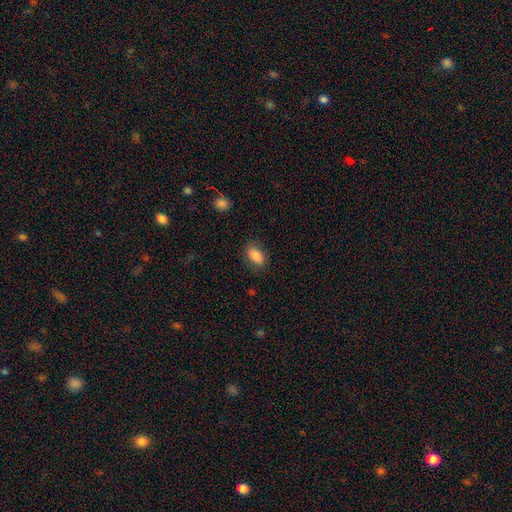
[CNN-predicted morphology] smooth 87%, star or artifact 7%, featured or disk 5%. Down the decision tree: how rounded — in between (89%); merging — none (82%).